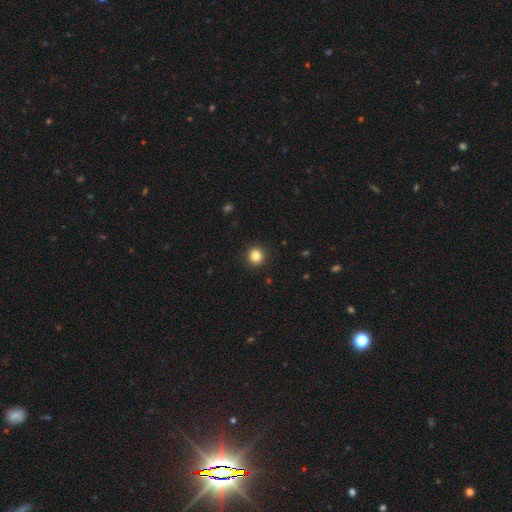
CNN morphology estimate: A smooth galaxy with no disk features (84%) that is round (93%).

Vote fractions:
- Smooth or featured? smooth: 84% / star or artifact: 11% / featured or disk: 5%
- How rounded? round: 93% / in between: 6% / cigar-shaped: 1%
- Merging? none: 93% / minor disturbance: 5% / major disturbance: 2% / merger: 1%